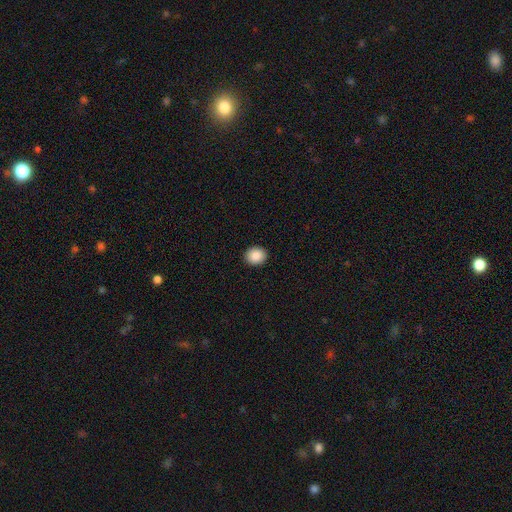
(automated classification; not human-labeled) A smooth galaxy with no disk features (89%) that is round (74%).

Vote fractions:
- Smooth or featured? smooth: 89% / star or artifact: 8% / featured or disk: 3%
- How rounded? round: 74% / in between: 25% / cigar-shaped: 1%
- Merging? none: 92% / minor disturbance: 5% / major disturbance: 2% / merger: 1%